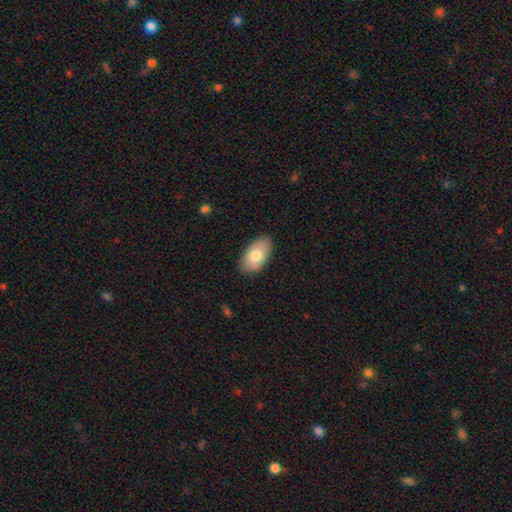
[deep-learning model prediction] A smooth galaxy with no disk features (76%) that is in between round and cigar-shaped (94%).

Vote fractions:
- Smooth or featured? smooth: 76% / featured or disk: 18% / star or artifact: 6%
- How rounded? in between: 94% / round: 4% / cigar-shaped: 2%
- Merging? none: 84% / minor disturbance: 12% / major disturbance: 2% / merger: 1%